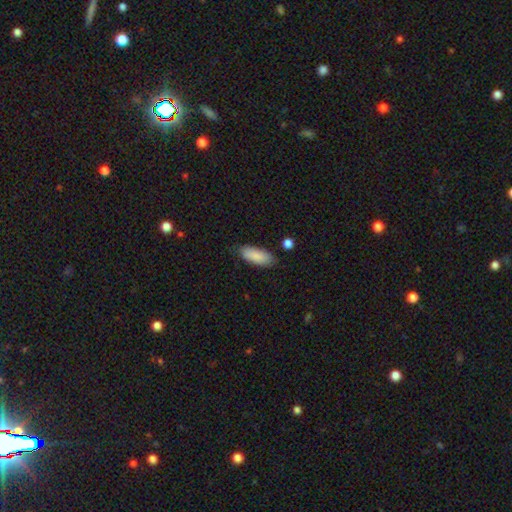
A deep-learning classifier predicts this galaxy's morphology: type=smooth (88%); roundness=in between (79%); merging=none (80%).